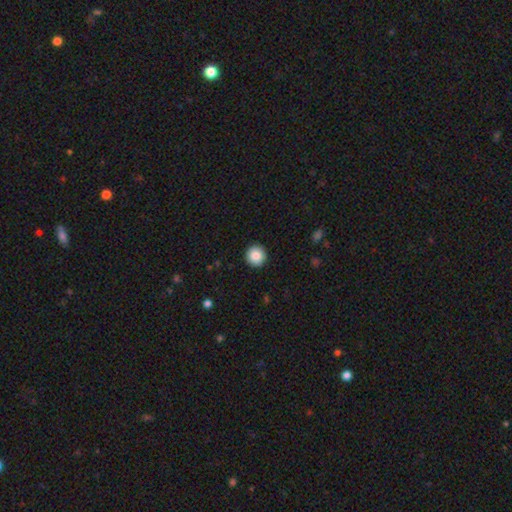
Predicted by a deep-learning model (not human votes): A smooth galaxy with no disk features (86%) that is round (95%). Merging: none (93%).